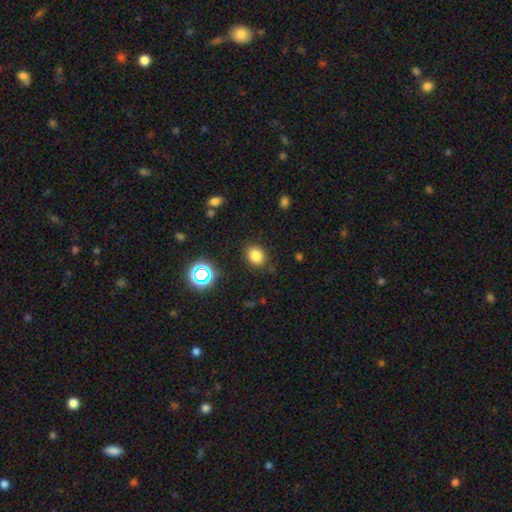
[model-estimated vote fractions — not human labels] Q: Smooth or featured?
A: smooth (79%); runner-up: star or artifact (15%)
Q: How rounded?
A: round (59%); runner-up: in between (40%)
Q: Merging?
A: none (83%); runner-up: minor disturbance (11%)